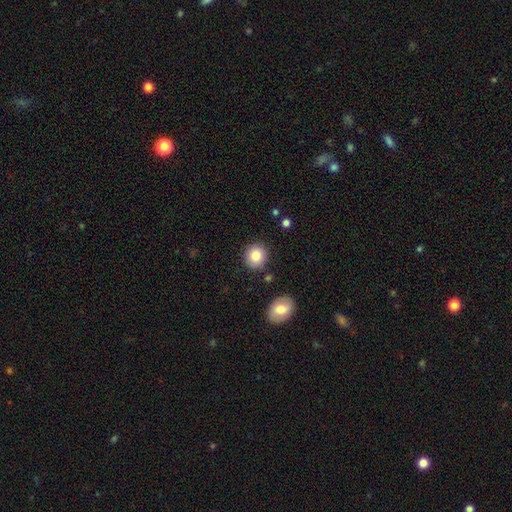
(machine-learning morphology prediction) A smooth galaxy with no disk features (84%) that is round (84%).

Vote fractions:
- Smooth or featured? smooth: 84% / star or artifact: 9% / featured or disk: 7%
- How rounded? round: 84% / in between: 15% / cigar-shaped: 1%
- Merging? none: 86% / minor disturbance: 8% / merger: 4% / major disturbance: 2%